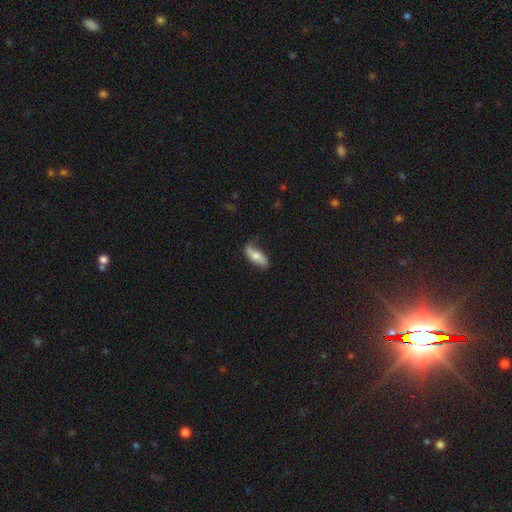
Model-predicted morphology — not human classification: Smooth or featured? smooth (57%)
How rounded? in between (77%)
Merging? none (68%)